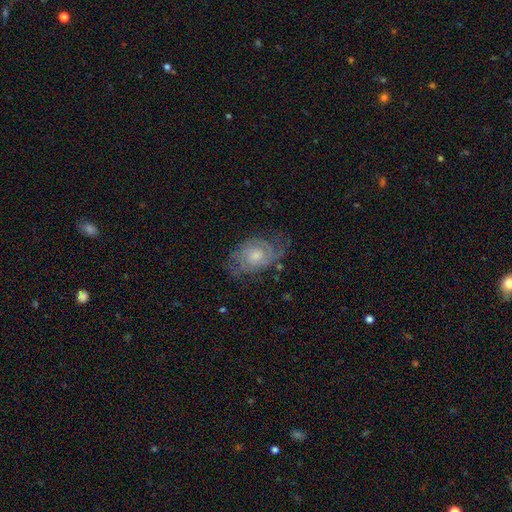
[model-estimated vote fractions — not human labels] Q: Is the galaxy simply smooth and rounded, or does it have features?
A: featured or disk — 76%.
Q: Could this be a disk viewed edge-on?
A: no — 96%.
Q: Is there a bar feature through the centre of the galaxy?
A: no — 69%.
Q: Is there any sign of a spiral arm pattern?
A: yes — 91%.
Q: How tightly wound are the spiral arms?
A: tight — 52%.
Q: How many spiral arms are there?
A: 2 — 50%.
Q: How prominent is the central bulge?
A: moderate — 49%.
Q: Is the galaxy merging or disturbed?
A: none — 64%.